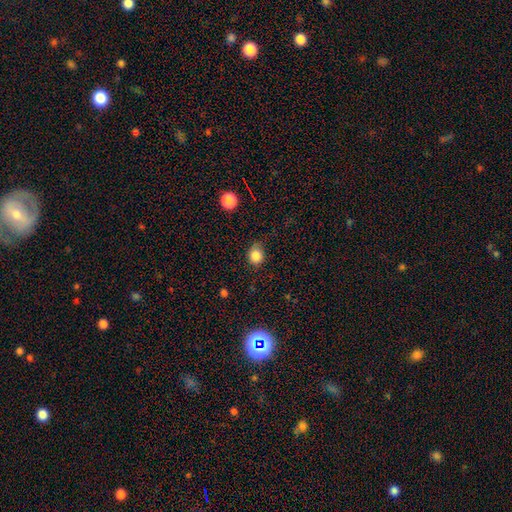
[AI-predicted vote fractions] A smooth galaxy with no disk features (83%) that is round (75%).

Vote fractions:
- Smooth or featured? smooth: 83% / star or artifact: 11% / featured or disk: 5%
- How rounded? round: 75% / in between: 24% / cigar-shaped: 1%
- Merging? none: 70% / minor disturbance: 23% / major disturbance: 6% / merger: 2%